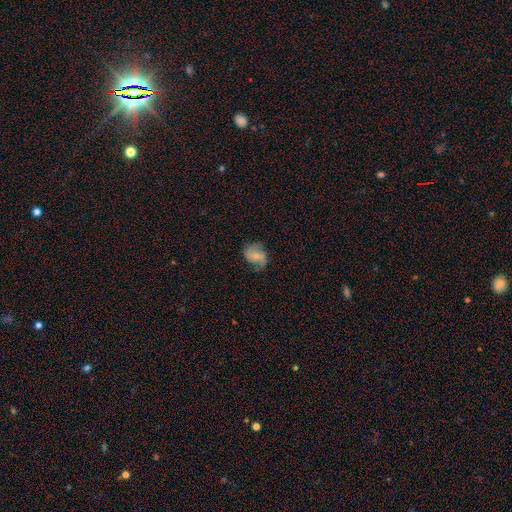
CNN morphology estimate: Q: Smooth or featured?
A: featured or disk (55%); runner-up: smooth (37%)
Q: Edge-on disk?
A: no (97%); runner-up: yes (3%)
Q: Bar?
A: no (54%); runner-up: weak (36%)
Q: Spiral arms?
A: yes (88%); runner-up: no (12%)
Q: Bulge size?
A: small (55%); runner-up: moderate (28%)
Q: Merging?
A: none (63%); runner-up: minor disturbance (24%)